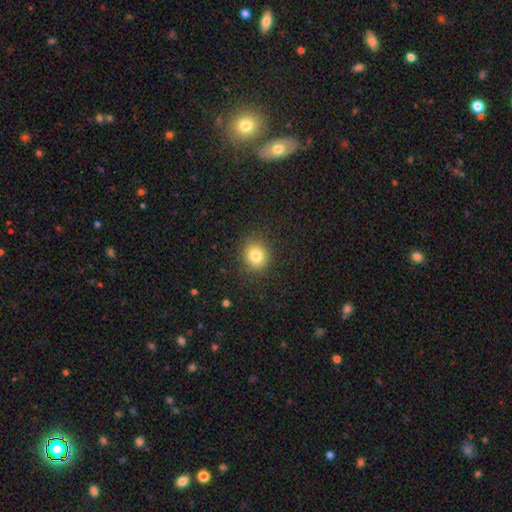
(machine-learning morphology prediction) A smooth galaxy with no disk features (82%) that is round (81%).

Vote fractions:
- Smooth or featured? smooth: 82% / star or artifact: 12% / featured or disk: 7%
- How rounded? round: 81% / in between: 18% / cigar-shaped: 1%
- Merging? none: 88% / minor disturbance: 8% / major disturbance: 3% / merger: 1%